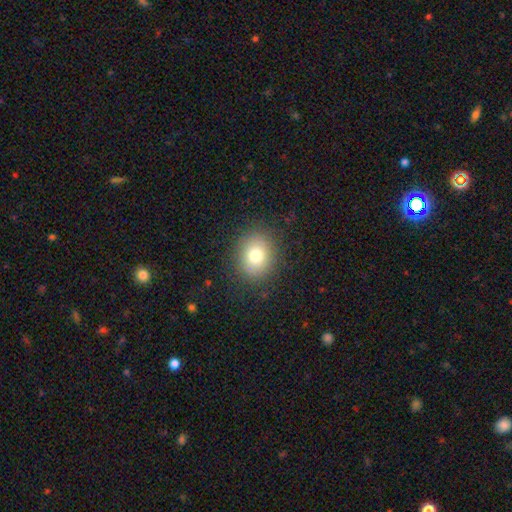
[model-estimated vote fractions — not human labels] The model was most divided on "how rounded": round: 64%, in between: 35%, cigar-shaped: 1%. More confident: merging — none (86%); smooth or featured — smooth (77%).